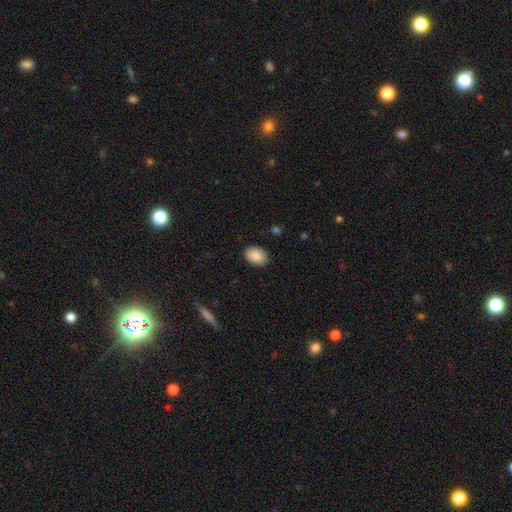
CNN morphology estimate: Q: Smooth or featured?
A: smooth (90%); runner-up: star or artifact (7%)
Q: How rounded?
A: in between (80%); runner-up: round (19%)
Q: Merging?
A: none (88%); runner-up: minor disturbance (9%)